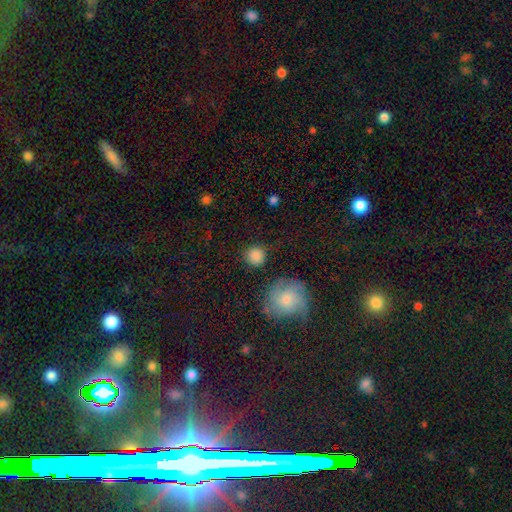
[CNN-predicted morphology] Smooth or featured? Predicted: smooth (p=0.85). How rounded? Predicted: round (p=0.93). Merging? Predicted: none (p=0.84).